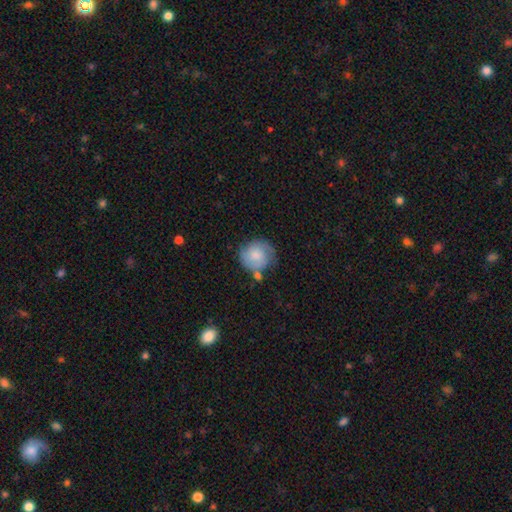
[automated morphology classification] Q: Smooth or featured?
A: smooth (64%); runner-up: featured or disk (29%)
Q: How rounded?
A: round (86%); runner-up: in between (13%)
Q: Merging?
A: none (58%); runner-up: minor disturbance (23%)